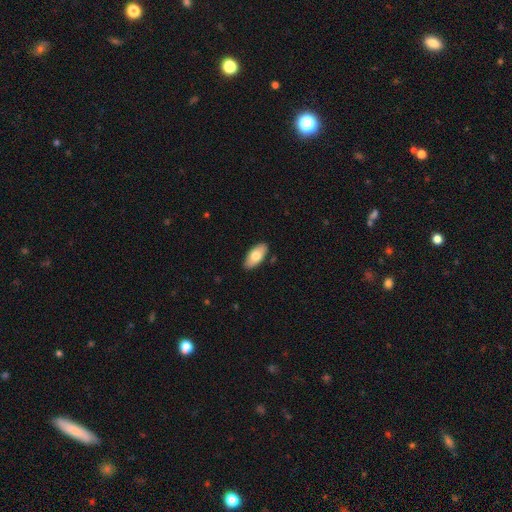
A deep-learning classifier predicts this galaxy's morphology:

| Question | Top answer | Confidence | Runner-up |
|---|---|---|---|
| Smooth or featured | smooth | 75% | featured or disk (20%) |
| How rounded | in between | 92% | cigar-shaped (6%) |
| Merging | none | 88% | minor disturbance (9%) |